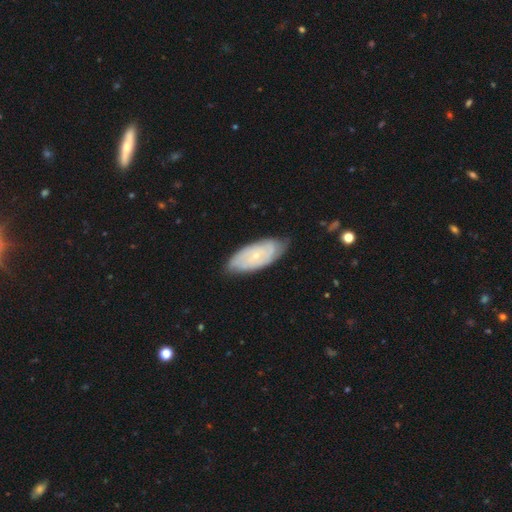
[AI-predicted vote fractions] A featured or disk galaxy (58%) with no bar (82%), spiral arms (77%) and a small central bulge (81%). Merging: none (74%).